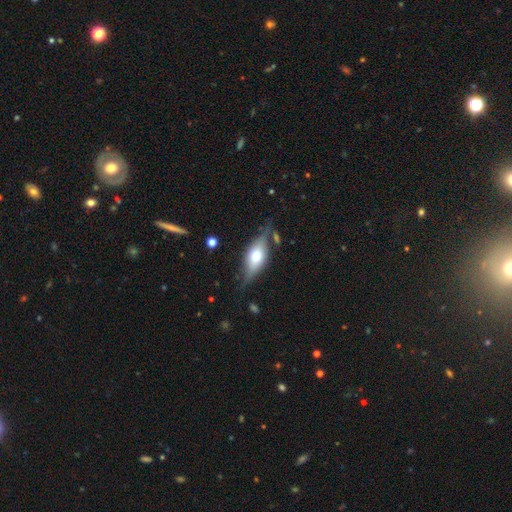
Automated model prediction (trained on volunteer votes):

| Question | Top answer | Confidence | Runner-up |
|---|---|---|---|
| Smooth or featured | featured or disk | 47% | smooth (46%) |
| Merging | none | 69% | minor disturbance (20%) |